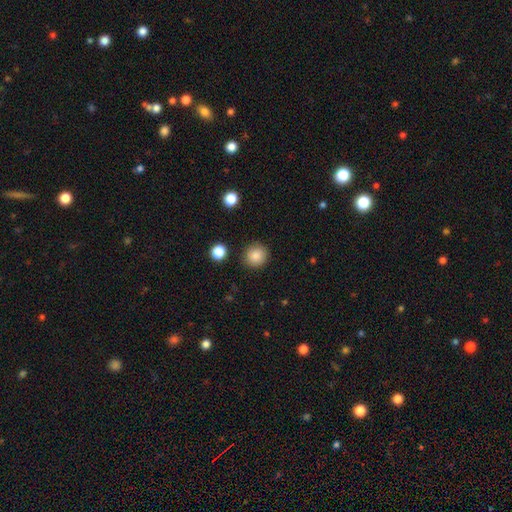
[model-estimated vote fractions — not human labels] Smooth or featured? Predicted: smooth (p=0.85). How rounded? Predicted: round (p=0.93). Merging? Predicted: none (p=0.90).